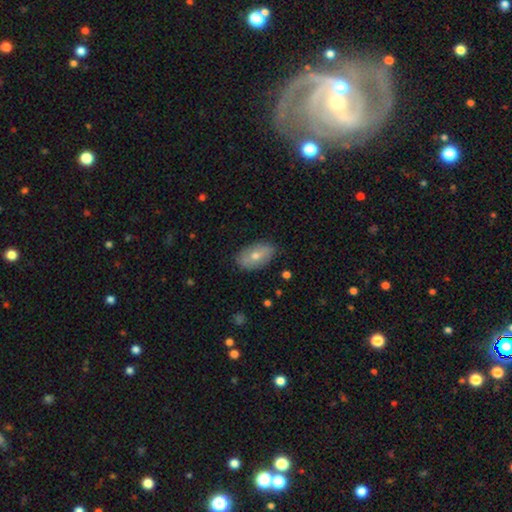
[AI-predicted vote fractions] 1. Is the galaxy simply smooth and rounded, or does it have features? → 60% smooth, 32% featured or disk, 9% star or artifact.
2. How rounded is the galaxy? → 91% in between, 7% round, 2% cigar-shaped.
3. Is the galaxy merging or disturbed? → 84% none, 12% minor disturbance, 2% major disturbance, 1% merger.